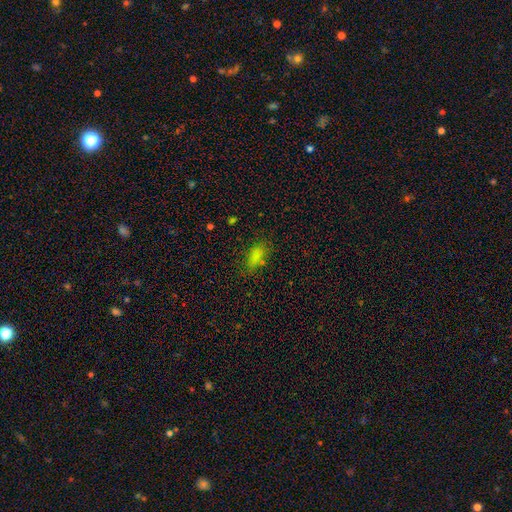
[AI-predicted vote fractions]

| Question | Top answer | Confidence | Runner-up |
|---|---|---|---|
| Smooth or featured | smooth | 77% | star or artifact (16%) |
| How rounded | in between | 83% | cigar-shaped (12%) |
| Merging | none | 70% | minor disturbance (19%) |